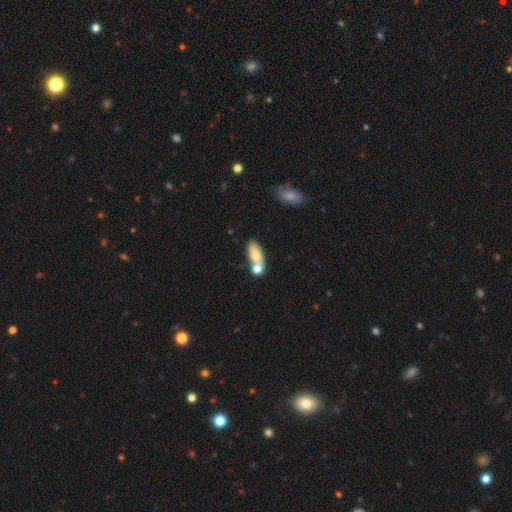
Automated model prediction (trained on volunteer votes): smooth-or-featured: smooth: 70% | featured or disk: 23% | star or artifact: 7%
  how-rounded: in between: 76% | cigar-shaped: 17% | round: 6%
  merging: none: 46% | merger: 37% | minor disturbance: 13% | major disturbance: 5%